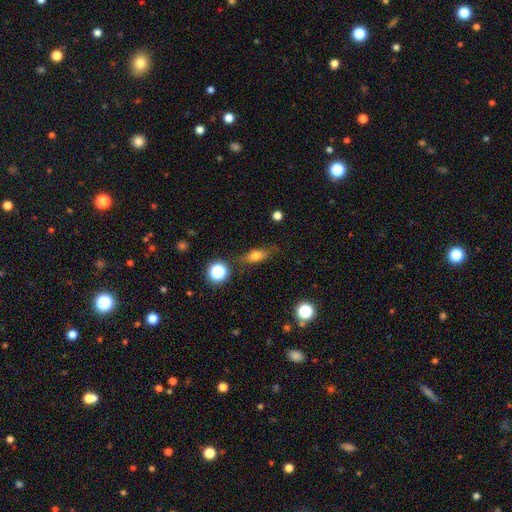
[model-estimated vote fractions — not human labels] This is likely a smooth galaxy (68%). How rounded: likely in between (64%). Merging: likely none (75%).